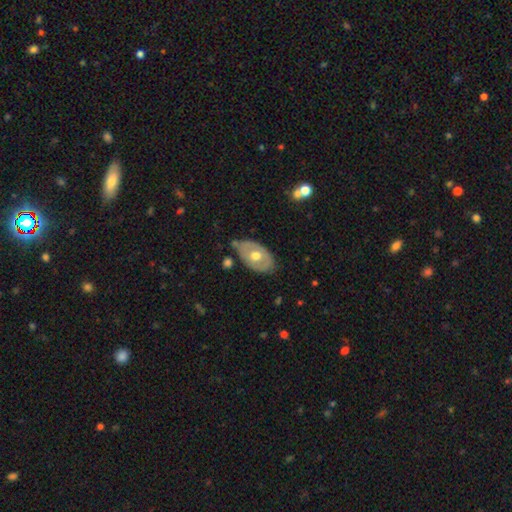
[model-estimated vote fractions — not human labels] Smooth or featured? Predicted: featured or disk (p=0.49). Merging? Predicted: none (p=0.66).